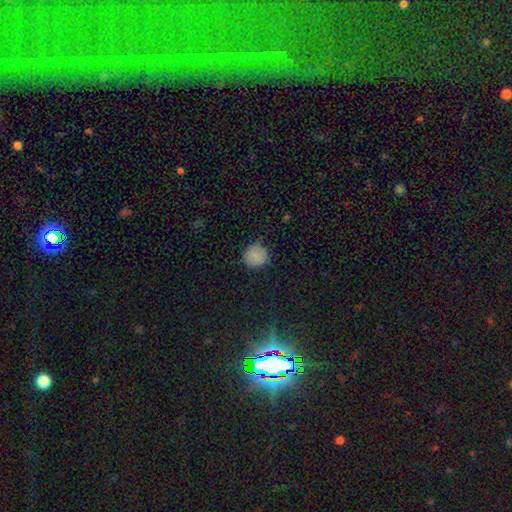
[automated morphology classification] This is clearly a smooth galaxy (85%). How rounded: clearly round (93%). Merging: clearly none (87%).